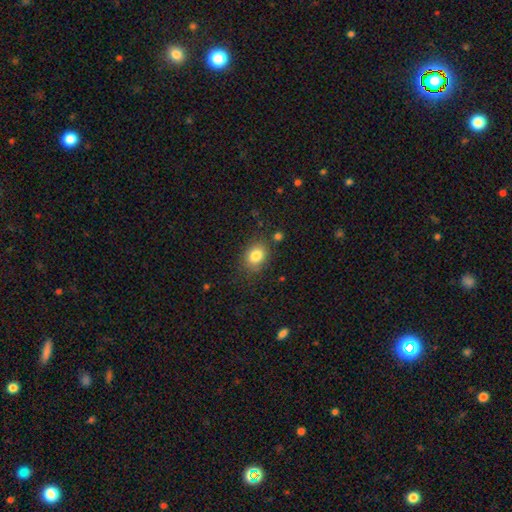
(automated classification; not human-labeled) Morphology: type=smooth (83%); roundness=in between (52%); merging=none (80%).